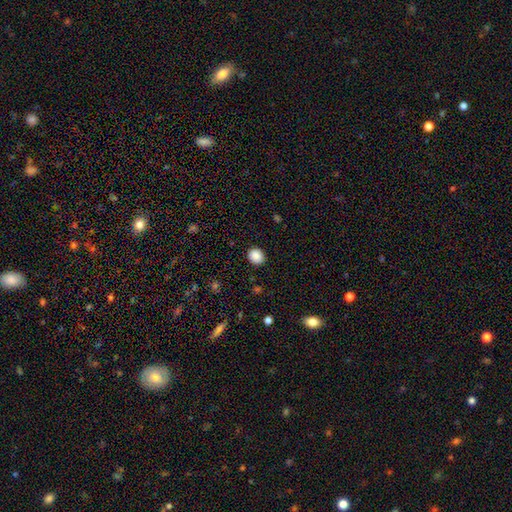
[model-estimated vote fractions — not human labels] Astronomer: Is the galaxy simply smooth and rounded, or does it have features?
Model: smooth — 87%.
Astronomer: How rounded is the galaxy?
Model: round — 74%.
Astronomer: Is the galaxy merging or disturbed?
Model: none — 90%.